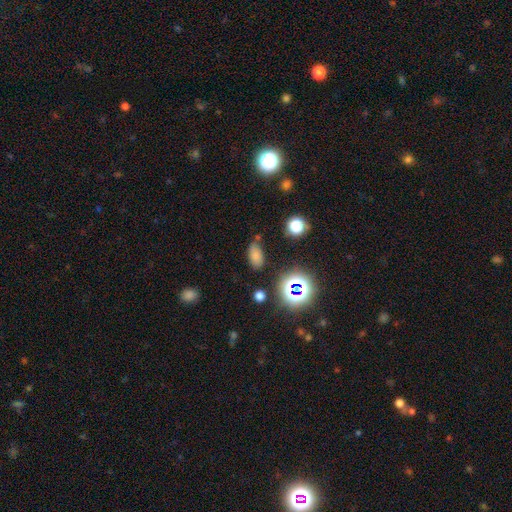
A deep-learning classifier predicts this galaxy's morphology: A smooth galaxy with no disk features (70%) that is in between round and cigar-shaped (89%).

Vote fractions:
- Smooth or featured? smooth: 70% / star or artifact: 21% / featured or disk: 8%
- How rounded? in between: 89% / round: 7% / cigar-shaped: 4%
- Merging? none: 73% / minor disturbance: 17% / merger: 5% / major disturbance: 5%